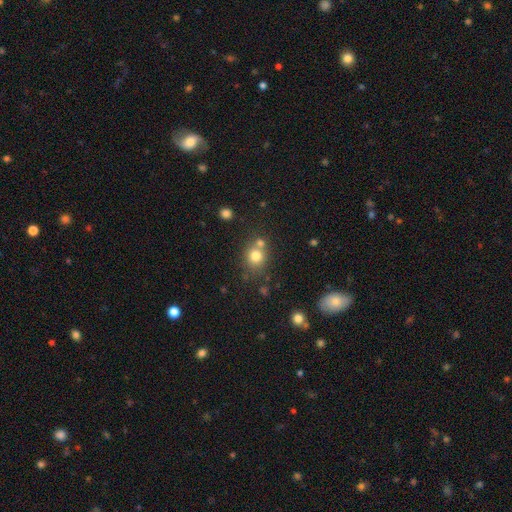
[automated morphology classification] type=smooth (78%); roundness=round (79%); merging=none (57%).